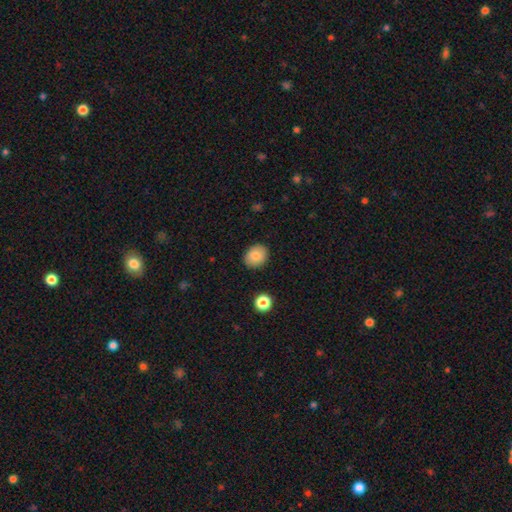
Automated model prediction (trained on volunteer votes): The model was most divided on "how rounded": round: 61%, in between: 38%, cigar-shaped: 1%. More confident: merging — none (87%); smooth or featured — smooth (85%).